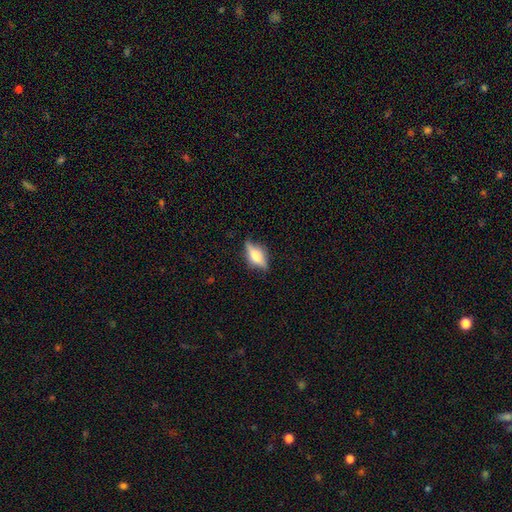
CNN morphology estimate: smooth_or_featured: featured or disk (p=0.52) [alt: smooth p=0.40]
disk_edge_on: yes (p=0.88) [alt: no p=0.12]
merging: none (p=0.75) [alt: minor disturbance p=0.18]